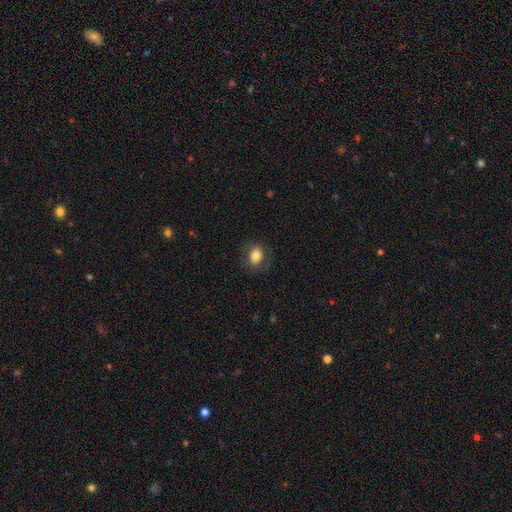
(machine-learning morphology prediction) type=smooth (75%); roundness=in between (66%); merging=none (79%).